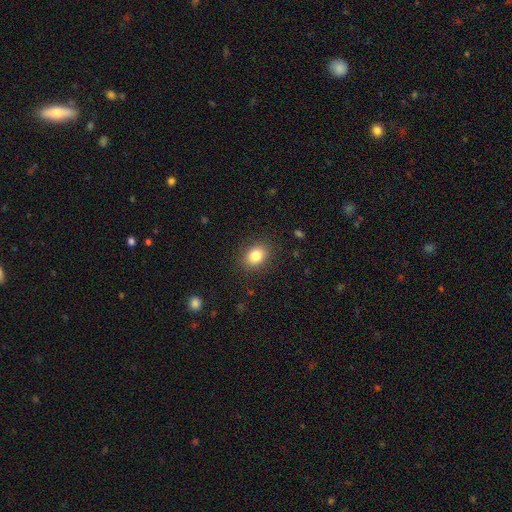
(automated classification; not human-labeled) The model was most divided on "how rounded": in between: 59%, round: 40%, cigar-shaped: 1%. More confident: merging — none (87%); smooth or featured — smooth (84%).